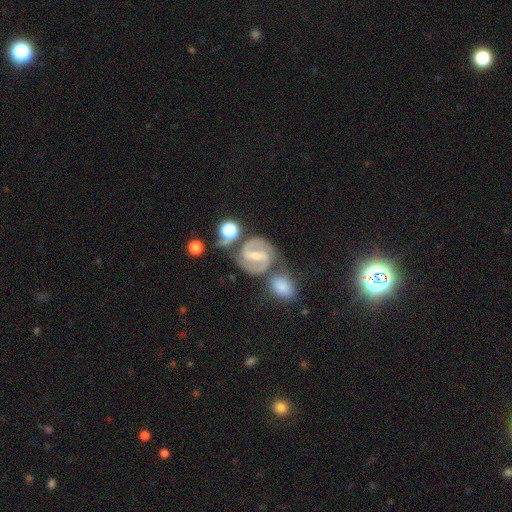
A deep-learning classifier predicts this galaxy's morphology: Smooth or featured? Predicted: featured or disk (p=0.85). Edge-on disk? Predicted: no (p=0.97). Bar? Predicted: strong (p=0.61). Spiral arms? Predicted: yes (p=0.96). Spiral winding? Predicted: medium (p=0.51). Spiral arm count? Predicted: 2 (p=0.92). Bulge size? Predicted: small (p=0.60). Merging? Predicted: none (p=0.61).